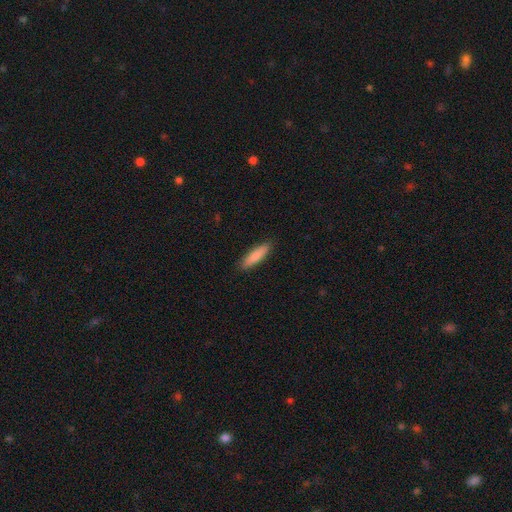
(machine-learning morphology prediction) type=smooth (83%); roundness=cigar-shaped (69%); merging=none (89%).